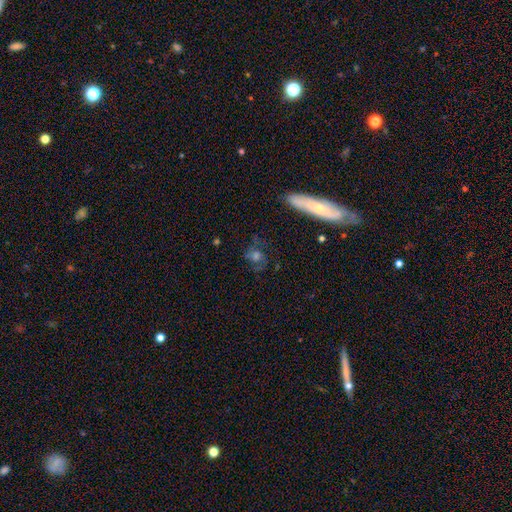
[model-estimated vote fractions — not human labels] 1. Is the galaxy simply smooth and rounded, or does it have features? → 49% featured or disk, 36% smooth, 15% star or artifact.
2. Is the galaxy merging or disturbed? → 69% none, 18% minor disturbance, 9% major disturbance, 5% merger.